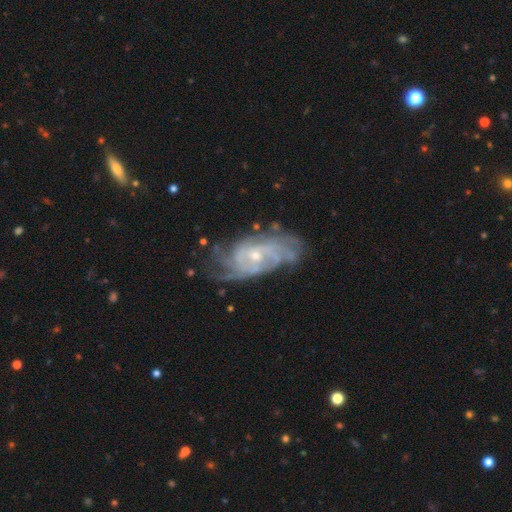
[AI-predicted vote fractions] Smooth or featured? Predicted: featured or disk (p=0.86). Edge-on disk? Predicted: no (p=0.94). Bar? Predicted: no (p=0.66). Spiral arms? Predicted: yes (p=0.95). Spiral winding? Predicted: tight (p=0.62). Spiral arm count? Predicted: can't tell (p=0.38). Bulge size? Predicted: small (p=0.67). Merging? Predicted: none (p=0.65).